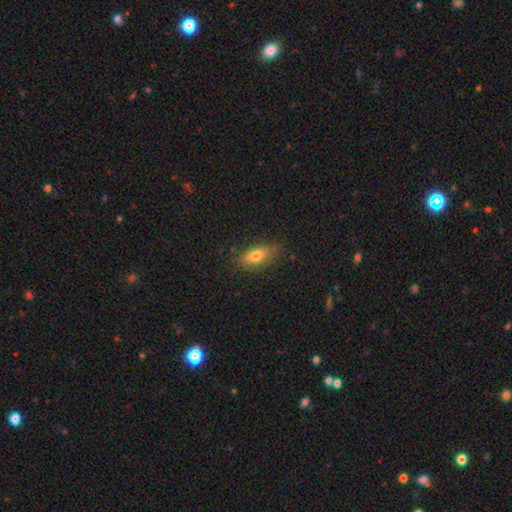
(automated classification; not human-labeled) smooth-or-featured: smooth: 76% | featured or disk: 16% | star or artifact: 9%
  how-rounded: in between: 81% | cigar-shaped: 14% | round: 4%
  merging: none: 77% | minor disturbance: 17% | major disturbance: 4% | merger: 2%